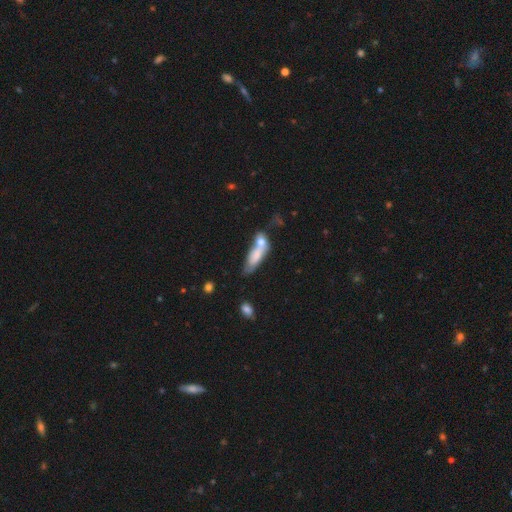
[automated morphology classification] A smooth galaxy with no disk features (67%) that is in between round and cigar-shaped (58%). Merging: merger (50%).